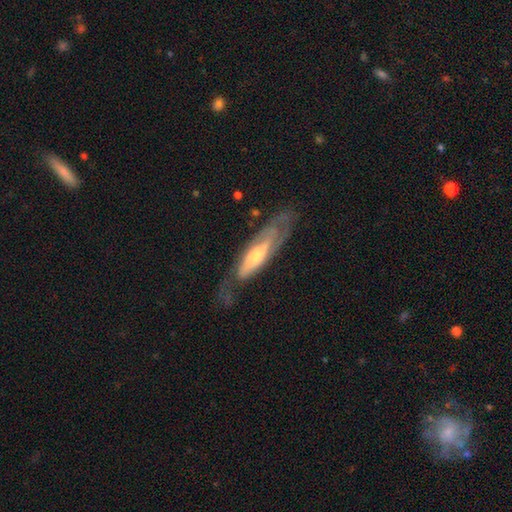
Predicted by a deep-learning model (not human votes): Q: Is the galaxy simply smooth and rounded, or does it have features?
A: featured or disk — 69%.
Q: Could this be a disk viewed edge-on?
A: no — 65%.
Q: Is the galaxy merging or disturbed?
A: none — 55%.